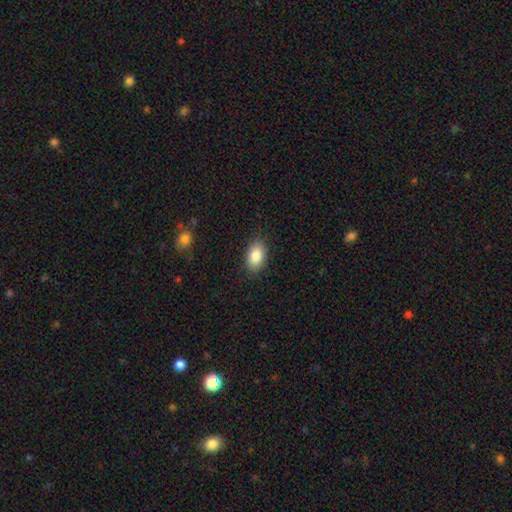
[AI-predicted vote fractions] smooth-or-featured: smooth: 86% | star or artifact: 7% | featured or disk: 7%
  how-rounded: in between: 91% | round: 7% | cigar-shaped: 2%
  merging: none: 86% | minor disturbance: 10% | major disturbance: 3% | merger: 1%